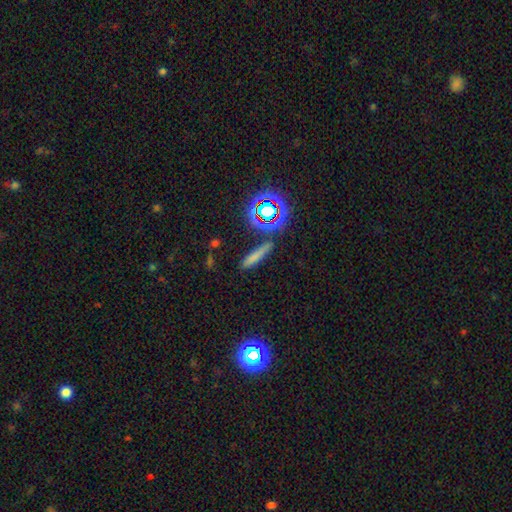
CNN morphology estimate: This is likely a smooth galaxy (64%). How rounded: clearly cigar-shaped (85%). Merging: likely none (80%).